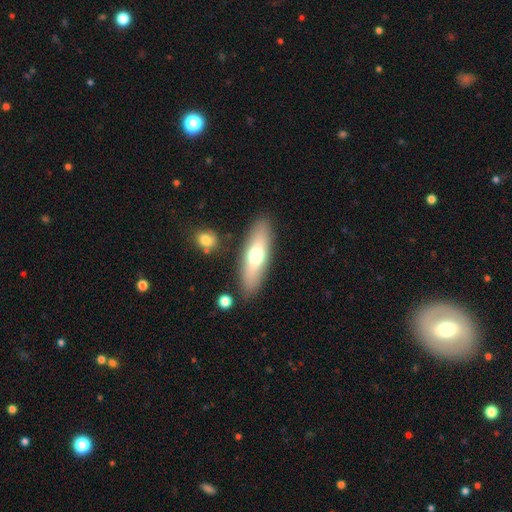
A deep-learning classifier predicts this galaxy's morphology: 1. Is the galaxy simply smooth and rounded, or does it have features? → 59% smooth, 34% featured or disk, 7% star or artifact.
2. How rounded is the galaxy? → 50% in between, 48% cigar-shaped, 3% round.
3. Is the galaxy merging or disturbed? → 85% none, 9% minor disturbance, 3% merger, 3% major disturbance.